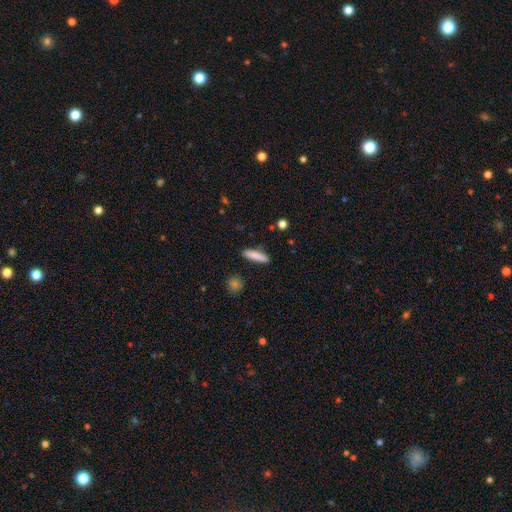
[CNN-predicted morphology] Q: Smooth or featured?
A: smooth (83%); runner-up: featured or disk (10%)
Q: How rounded?
A: cigar-shaped (80%); runner-up: in between (18%)
Q: Merging?
A: none (89%); runner-up: minor disturbance (8%)